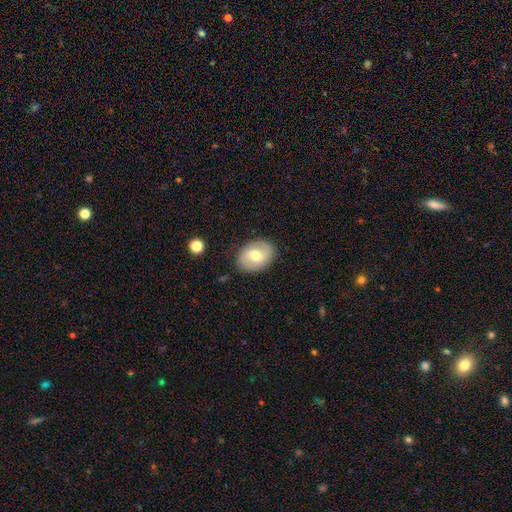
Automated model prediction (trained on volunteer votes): The model was most divided on "smooth or featured": smooth: 56%, featured or disk: 37%, star or artifact: 7%. More confident: merging — none (84%); how rounded — in between (68%).